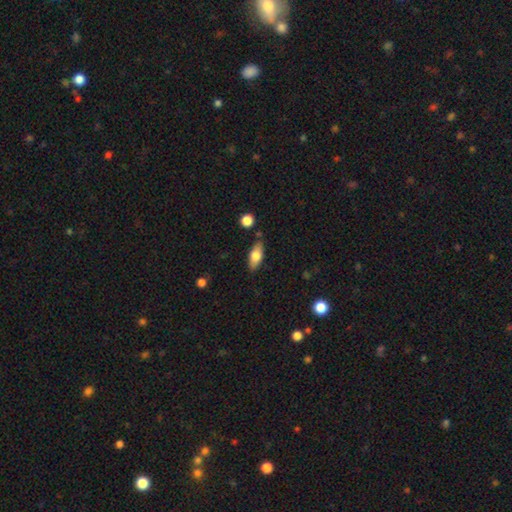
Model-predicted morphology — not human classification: A smooth galaxy with no disk features (70%) that is in between round and cigar-shaped (77%). Merging: none (81%).